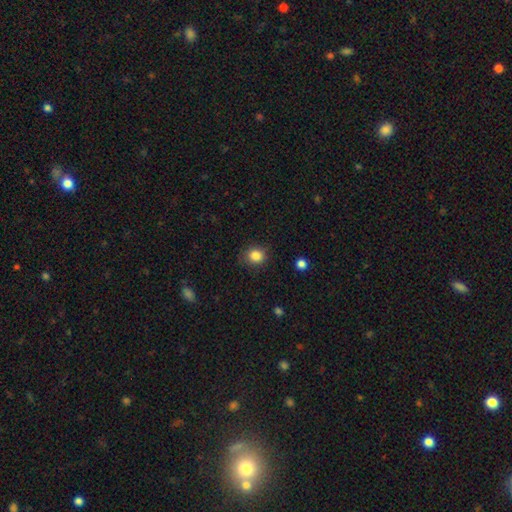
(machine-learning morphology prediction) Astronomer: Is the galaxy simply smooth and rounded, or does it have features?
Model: smooth — 85%.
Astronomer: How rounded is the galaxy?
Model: round — 74%.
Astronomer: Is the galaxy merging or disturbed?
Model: none — 83%.